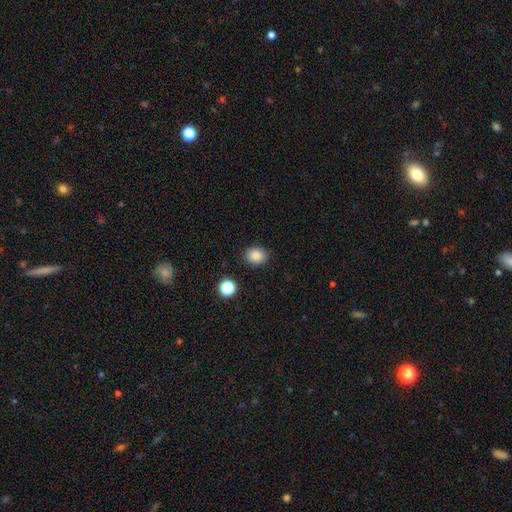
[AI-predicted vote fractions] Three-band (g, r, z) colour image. It shows a smooth galaxy with no disk features (85%) that is round (58%). Merging: none (88%).